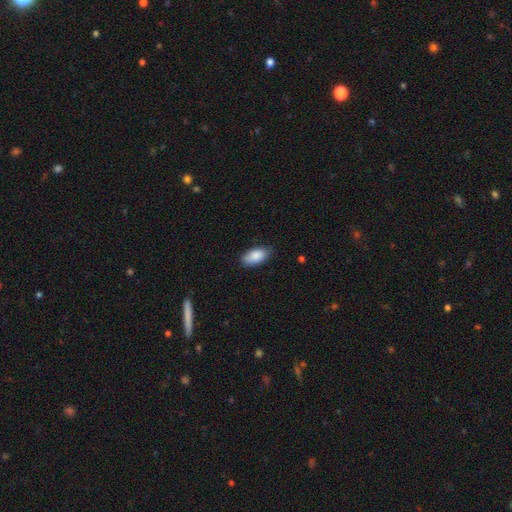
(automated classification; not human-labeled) Smooth or featured? smooth (88%)
How rounded? in between (93%)
Merging? none (80%)